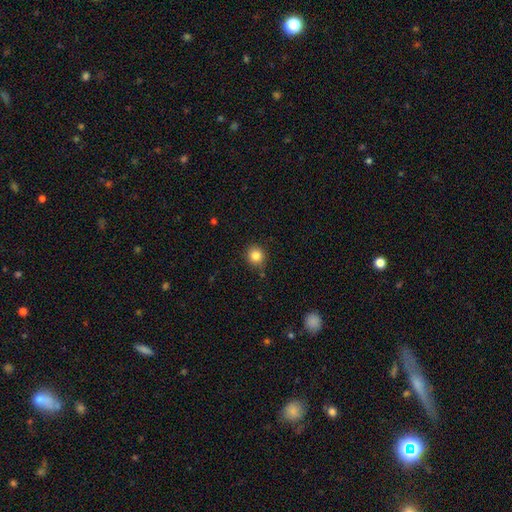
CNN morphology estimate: Overall: smooth (84%). How rounded: round (90%). Merging: none (86%).